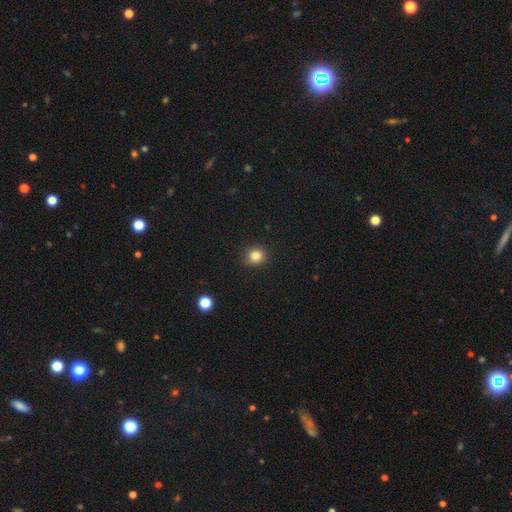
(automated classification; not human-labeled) This is clearly a smooth galaxy (82%). How rounded: clearly round (85%). Merging: clearly none (88%).